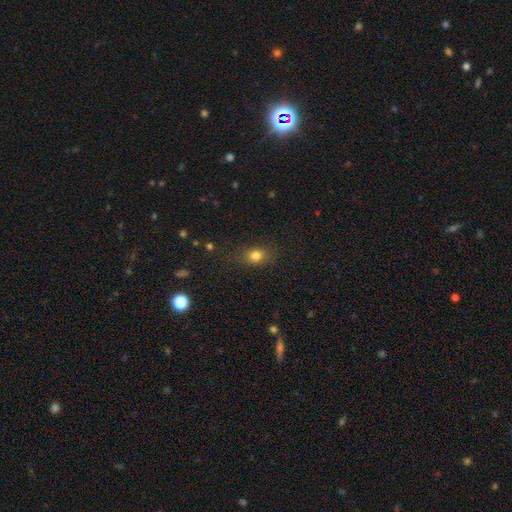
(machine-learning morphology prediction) Smooth or featured? smooth (80%)
How rounded? in between (52%)
Merging? none (79%)